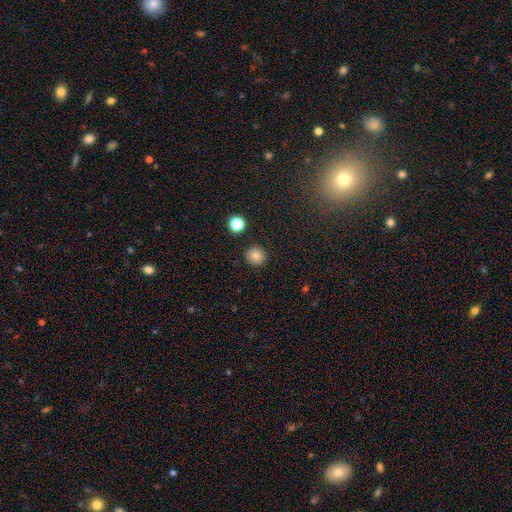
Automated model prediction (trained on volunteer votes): Smooth or featured?
  - smooth: 83% *
  - star or artifact: 11%
  - featured or disk: 5%
How rounded?
  - round: 91% *
  - in between: 8%
  - cigar-shaped: 1%
Merging?
  - none: 91% *
  - minor disturbance: 6%
  - major disturbance: 2%
  - merger: 2%